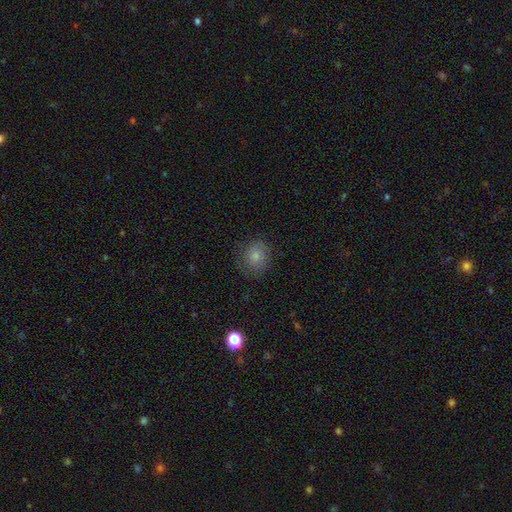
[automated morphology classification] Smooth or featured: smooth — 79% (featured or disk — 12%)
How rounded: round — 80% (in between — 19%)
Merging: none — 74% (minor disturbance — 18%)